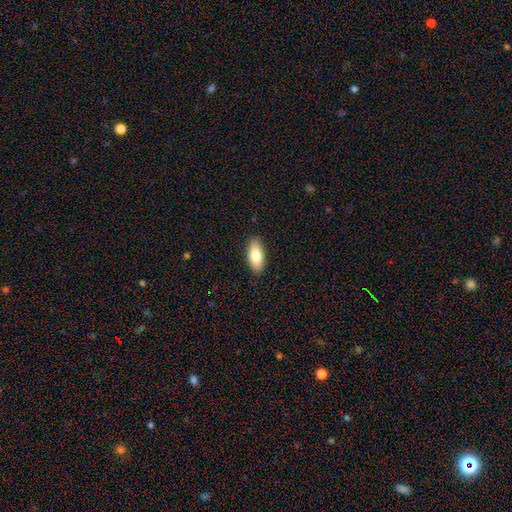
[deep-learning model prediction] Q: Smooth or featured?
A: smooth (79%); runner-up: featured or disk (15%)
Q: How rounded?
A: in between (84%); runner-up: cigar-shaped (13%)
Q: Merging?
A: none (89%); runner-up: minor disturbance (8%)